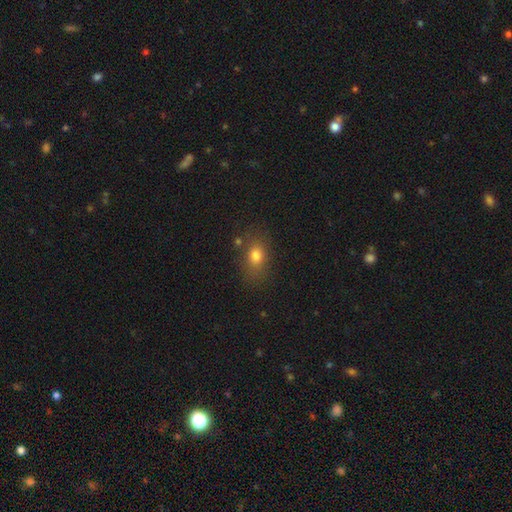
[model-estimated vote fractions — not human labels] This appears to be a smooth galaxy with no disk features (77%) that is in between round and cigar-shaped (71%). Merging: none (74%).